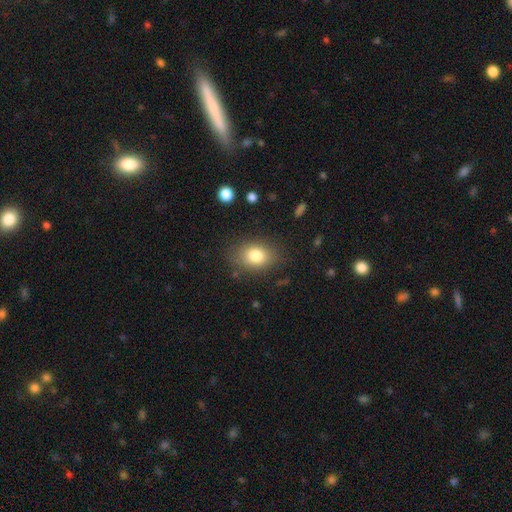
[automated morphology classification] Q: Smooth or featured?
A: smooth (80%); runner-up: featured or disk (10%)
Q: How rounded?
A: in between (69%); runner-up: round (30%)
Q: Merging?
A: none (79%); runner-up: minor disturbance (14%)